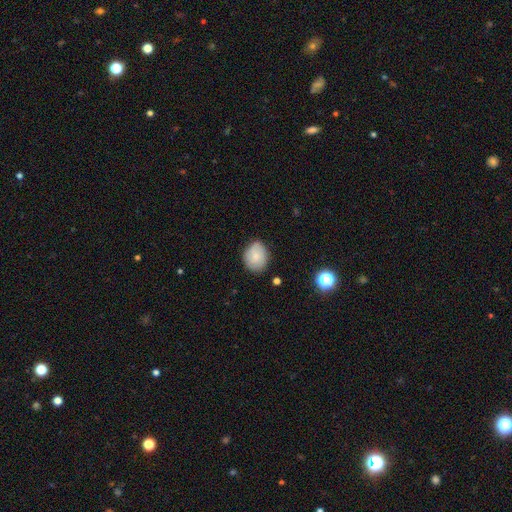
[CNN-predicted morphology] Smooth or featured: smooth — 77% (featured or disk — 14%)
How rounded: round — 52% (in between — 47%)
Merging: none — 74% (minor disturbance — 21%)